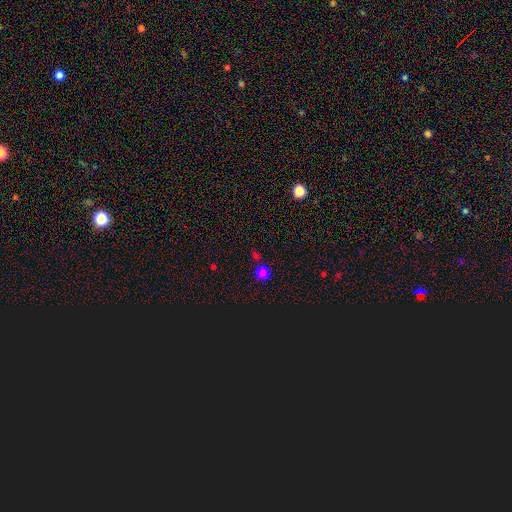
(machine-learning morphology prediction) This appears to be a smooth galaxy with no disk features (78%) that is round (94%). Merging: none (80%).